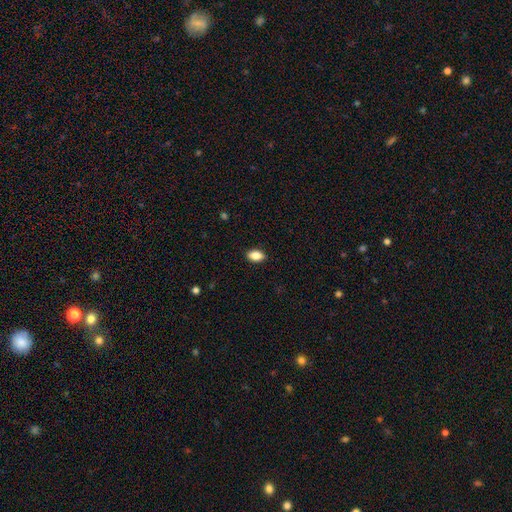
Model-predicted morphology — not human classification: Overall: smooth (84%). How rounded: in between (88%). Merging: none (88%).